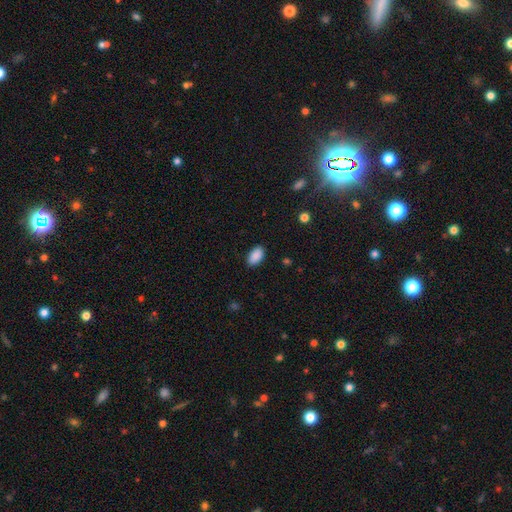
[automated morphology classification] smooth 90%, star or artifact 7%, featured or disk 3%. Down the decision tree: how rounded — in between (95%); merging — none (88%).